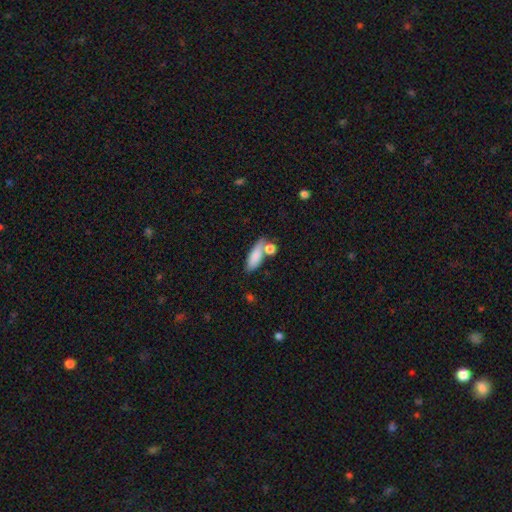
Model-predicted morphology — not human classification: Q: Smooth or featured?
A: smooth (81%); runner-up: featured or disk (11%)
Q: How rounded?
A: in between (66%); runner-up: cigar-shaped (30%)
Q: Merging?
A: none (51%); runner-up: merger (27%)